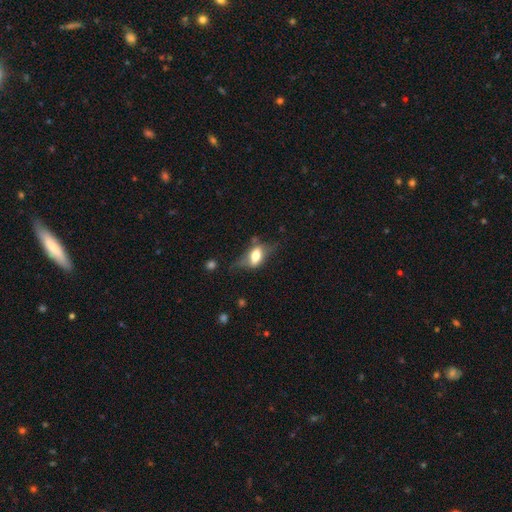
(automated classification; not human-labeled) Smooth or featured? Predicted: smooth (p=0.52). How rounded? Predicted: in between (p=0.80). Merging? Predicted: none (p=0.43).